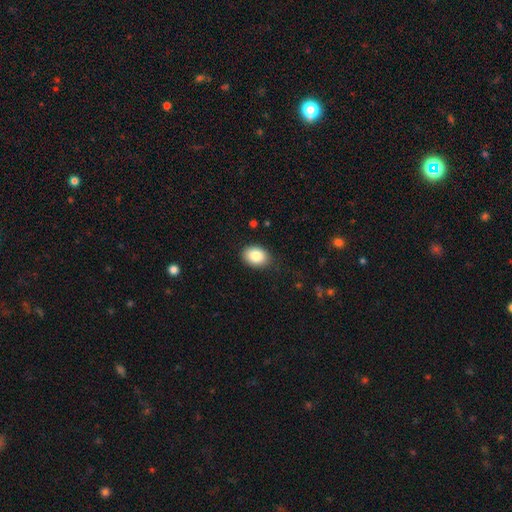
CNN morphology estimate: This appears to be a smooth galaxy with no disk features (86%) that is in between round and cigar-shaped (71%). Merging: none (86%).